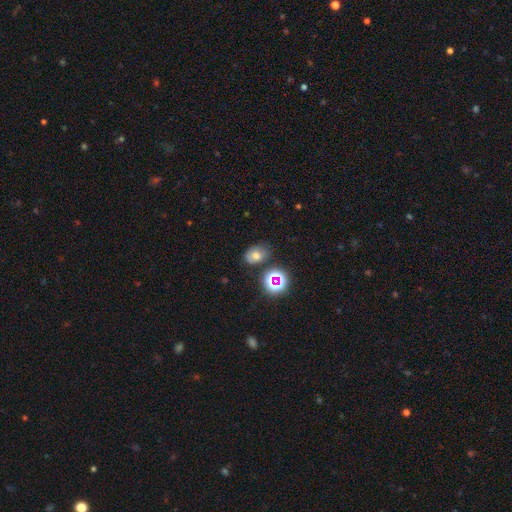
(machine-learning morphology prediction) smooth_or_featured: smooth (p=0.64) [alt: star or artifact p=0.20]
how_rounded: in between (p=0.71) [alt: round p=0.28]
merging: none (p=0.71) [alt: minor disturbance p=0.18]